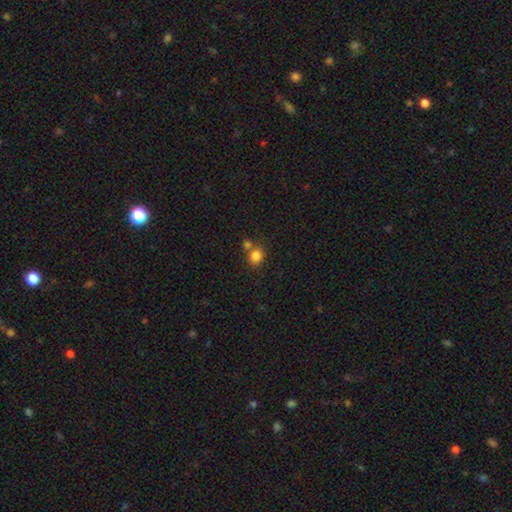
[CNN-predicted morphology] Smooth or featured: smooth — 82% (star or artifact — 11%)
How rounded: round — 67% (in between — 33%)
Merging: none — 56% (merger — 31%)